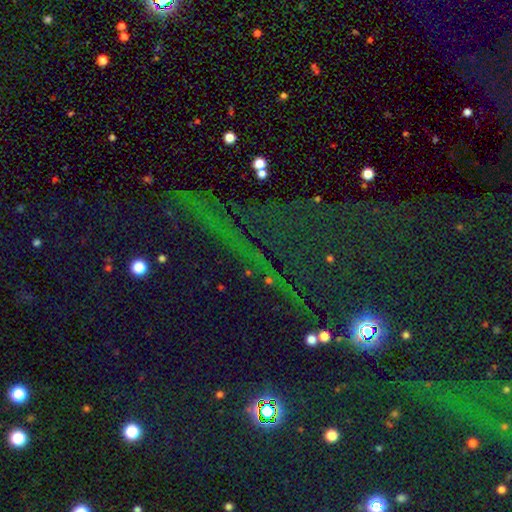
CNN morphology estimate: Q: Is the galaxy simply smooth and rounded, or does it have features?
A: star or artifact — 78%.